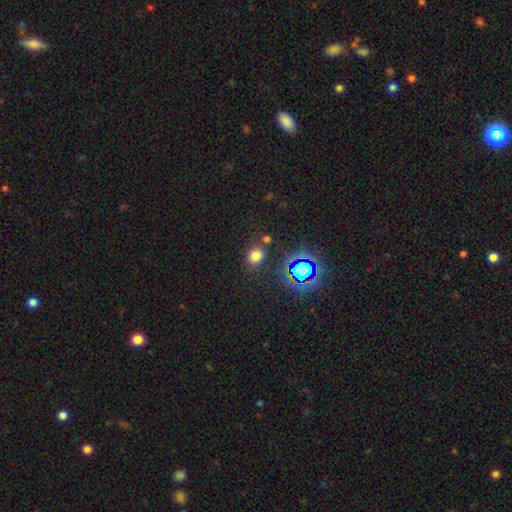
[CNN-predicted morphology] This appears to be a smooth galaxy with no disk features (68%) that is round (55%). Merging: none (80%).